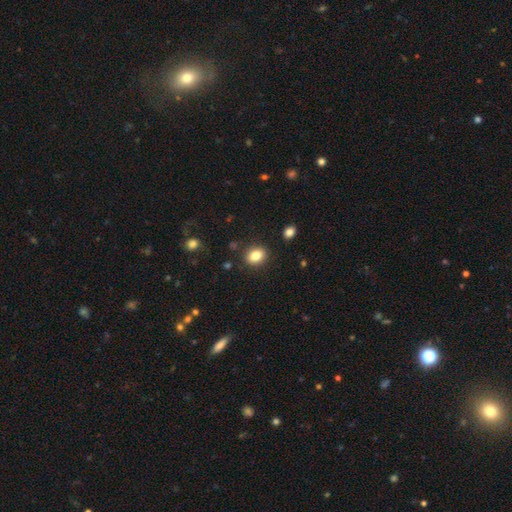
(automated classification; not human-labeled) Smooth or featured?
  - smooth: 83% *
  - star or artifact: 9%
  - featured or disk: 8%
How rounded?
  - in between: 59% *
  - round: 40%
  - cigar-shaped: 1%
Merging?
  - none: 87% *
  - minor disturbance: 9%
  - major disturbance: 2%
  - merger: 2%